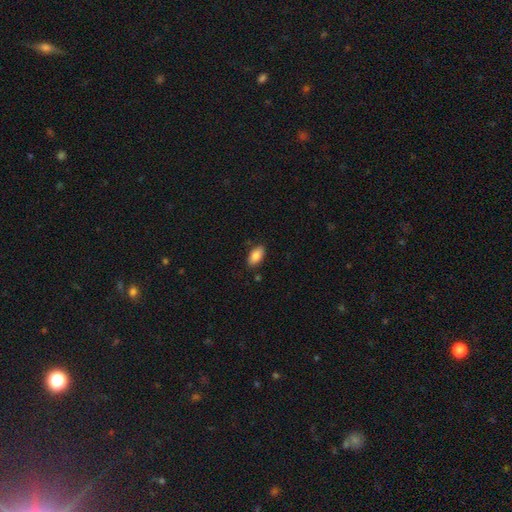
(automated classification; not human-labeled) Morphology: type=smooth (85%); roundness=in between (93%); merging=none (86%).